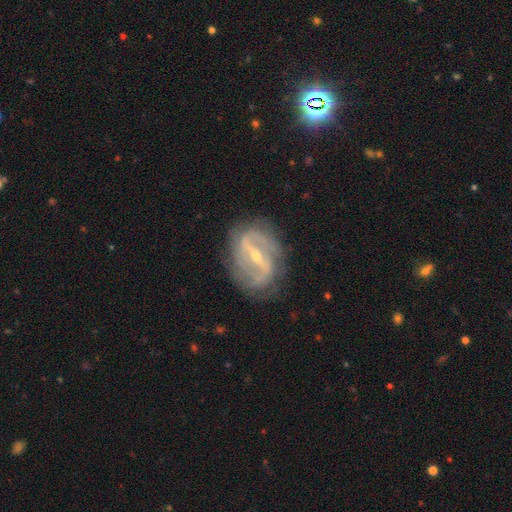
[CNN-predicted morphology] Smooth or featured?
  - featured or disk: 88% *
  - smooth: 6%
  - star or artifact: 6%
Edge-on disk?
  - no: 94% *
  - yes: 6%
Bar?
  - strong: 69% *
  - weak: 24%
  - no: 7%
Spiral arms?
  - yes: 91% *
  - no: 9%
Spiral winding?
  - medium: 43% *
  - tight: 33%
  - loose: 24%
Spiral arm count?
  - 2: 73% *
  - can't tell: 12%
  - 3: 7%
  - 1: 3%
  - 4: 2%
  - more than 4: 2%
Bulge size?
  - small: 61% *
  - moderate: 36%
  - none: 1%
  - large: 1%
  - dominant: 1%
Merging?
  - none: 76% *
  - minor disturbance: 16%
  - major disturbance: 7%
  - merger: 1%